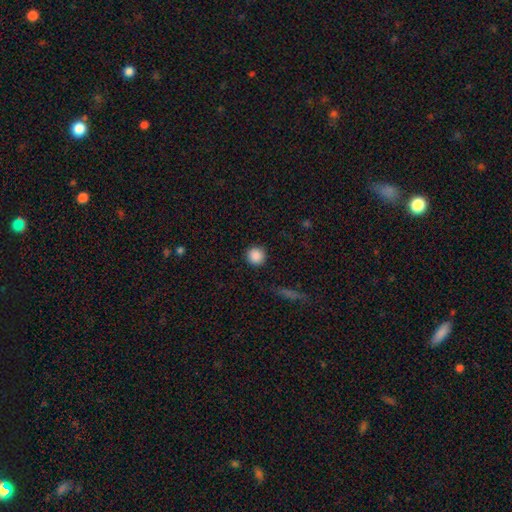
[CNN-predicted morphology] Smooth or featured: smooth — 88% (star or artifact — 9%)
How rounded: round — 95% (in between — 4%)
Merging: none — 91% (minor disturbance — 6%)